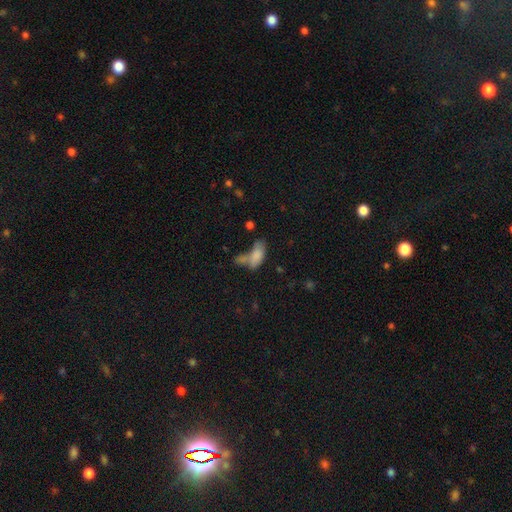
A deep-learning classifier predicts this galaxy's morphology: Smooth or featured? Predicted: smooth (p=0.79). How rounded? Predicted: in between (p=0.88). Merging? Predicted: merger (p=0.41).